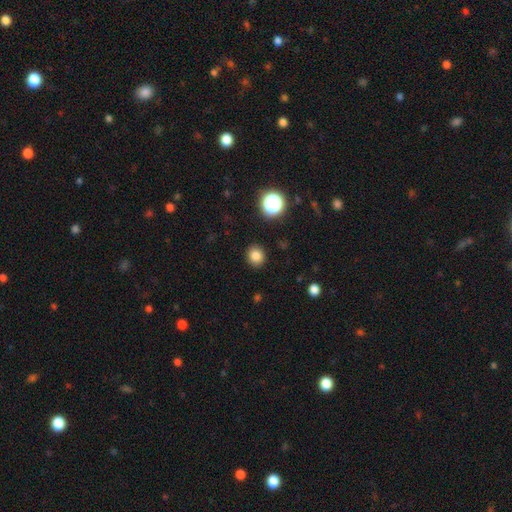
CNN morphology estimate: type=smooth (82%); roundness=round (82%); merging=none (90%).